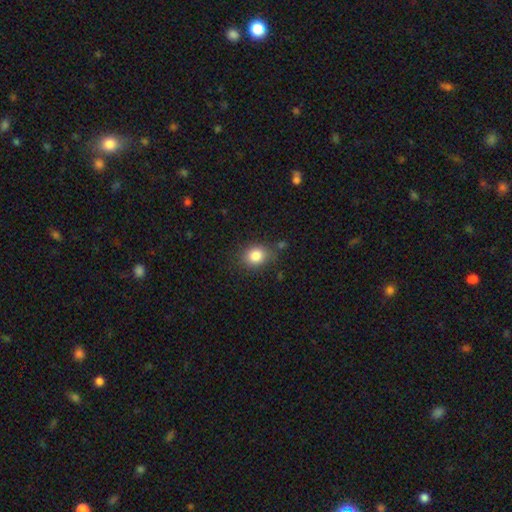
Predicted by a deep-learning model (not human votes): Q: Smooth or featured?
A: smooth (84%); runner-up: star or artifact (10%)
Q: How rounded?
A: round (58%); runner-up: in between (42%)
Q: Merging?
A: none (79%); runner-up: minor disturbance (14%)